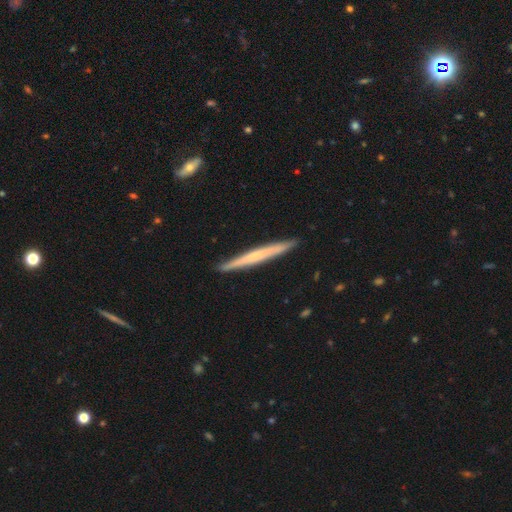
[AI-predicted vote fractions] A smooth galaxy with no disk features (47%, tied with featured or disk).

Vote fractions:
- Smooth or featured? smooth: 47% (tied) / featured or disk: 47% (tied) / star or artifact: 5%
- Merging? none: 91% / minor disturbance: 7% / major disturbance: 1% / merger: 1%